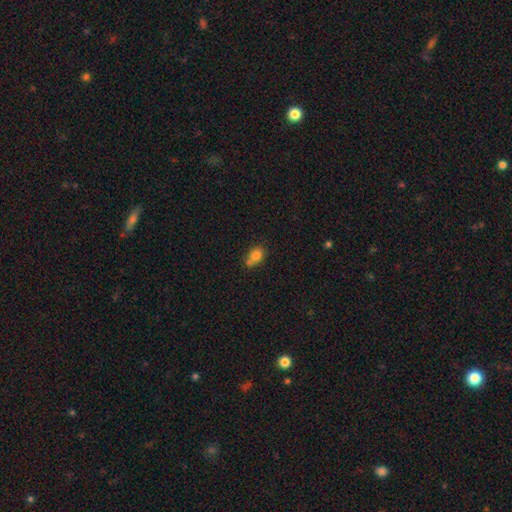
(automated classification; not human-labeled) The model was most divided on "merging": none: 49%, minor disturbance: 24%, merger: 21%, major disturbance: 6%. More confident: smooth or featured — smooth (80%); how rounded — in between (64%).